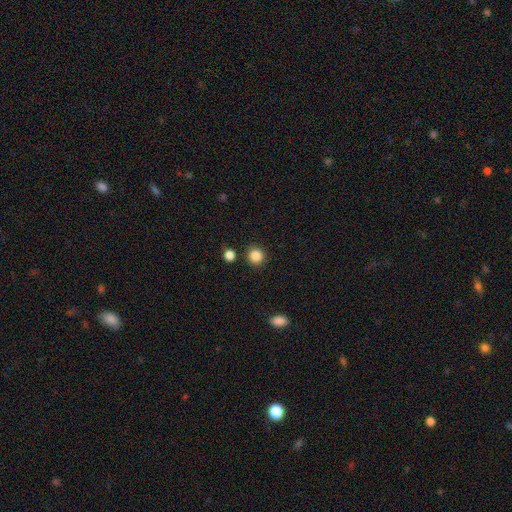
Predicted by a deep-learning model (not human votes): A smooth galaxy with no disk features (86%) that is round (90%). Merging: none (88%).